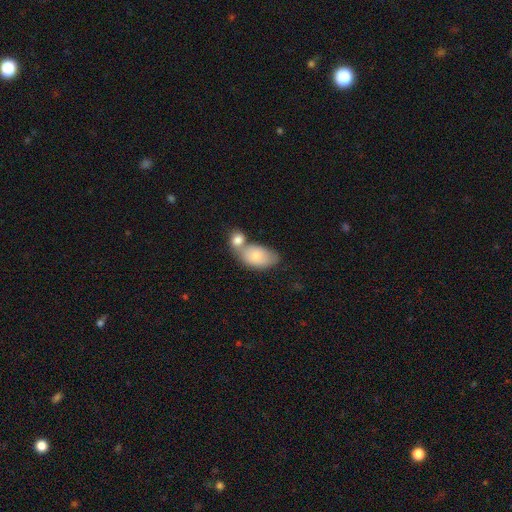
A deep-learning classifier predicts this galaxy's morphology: smooth_or_featured: smooth (p=0.77) [alt: featured or disk p=0.16]
how_rounded: in between (p=0.91) [alt: round p=0.07]
merging: merger (p=0.55) [alt: none p=0.27]